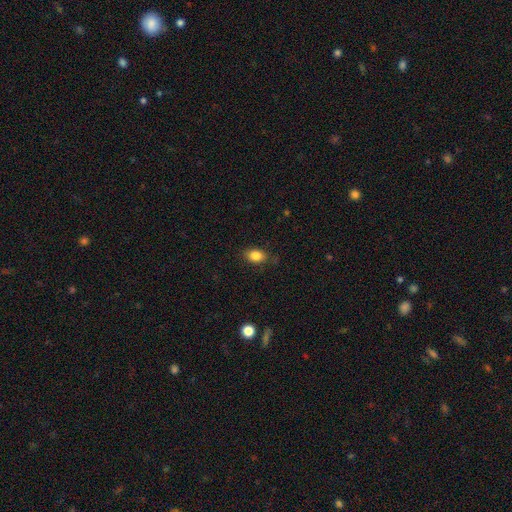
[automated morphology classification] This appears to be a smooth galaxy with no disk features (84%) that is in between round and cigar-shaped (78%). Merging: none (82%).